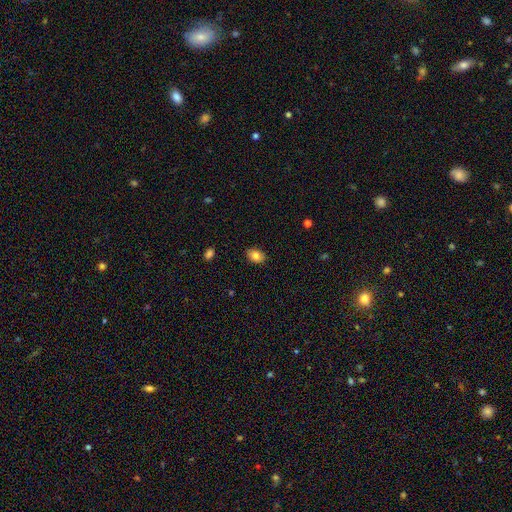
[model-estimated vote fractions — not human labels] A smooth galaxy with no disk features (84%) that is in between round and cigar-shaped (77%). Merging: none (86%).